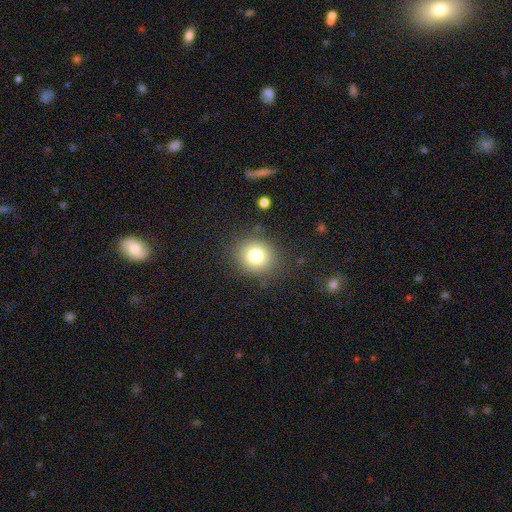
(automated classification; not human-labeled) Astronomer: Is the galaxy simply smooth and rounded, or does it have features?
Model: smooth — 77%.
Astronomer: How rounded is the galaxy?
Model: round — 85%.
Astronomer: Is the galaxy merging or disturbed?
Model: none — 86%.